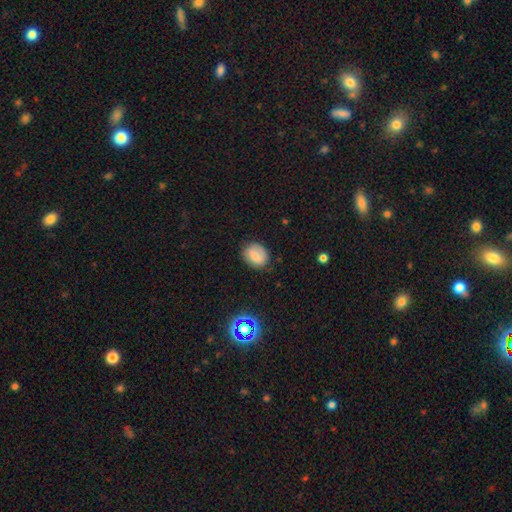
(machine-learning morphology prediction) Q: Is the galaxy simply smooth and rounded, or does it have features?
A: smooth — 75%.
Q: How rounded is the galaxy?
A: round — 55%.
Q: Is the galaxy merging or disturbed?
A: none — 77%.